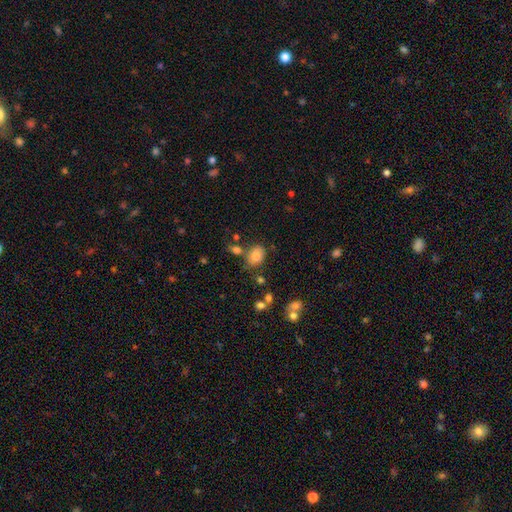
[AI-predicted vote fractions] Overall: smooth (76%). How rounded: in between (65%; round 34%). Merging: none (64%).